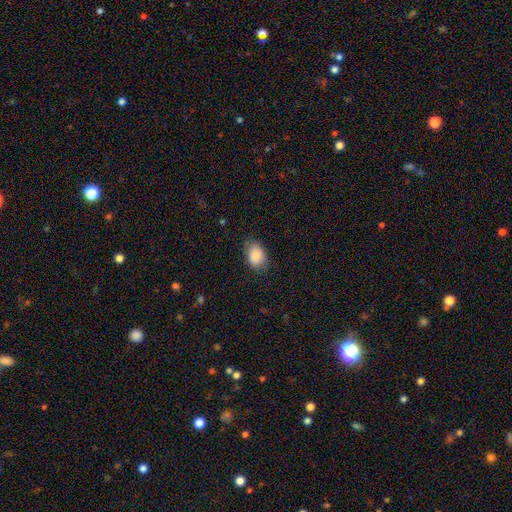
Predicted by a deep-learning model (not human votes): This is clearly a smooth galaxy (85%). How rounded: likely in between (80%). Merging: likely none (77%).